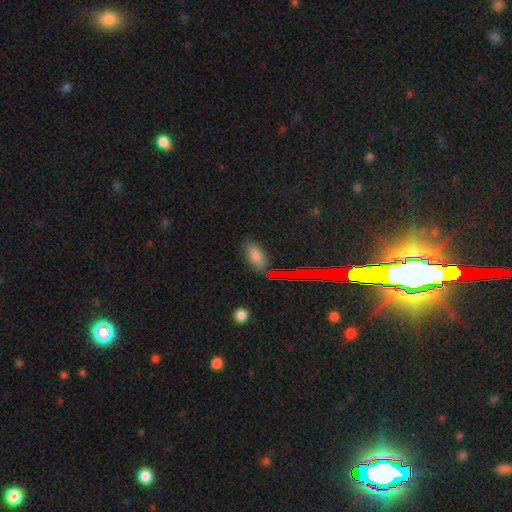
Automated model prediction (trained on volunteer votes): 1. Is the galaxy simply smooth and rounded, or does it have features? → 77% smooth, 15% star or artifact, 8% featured or disk.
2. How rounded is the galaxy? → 90% in between, 6% cigar-shaped, 4% round.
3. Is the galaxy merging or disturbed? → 82% none, 13% minor disturbance, 3% major disturbance, 2% merger.